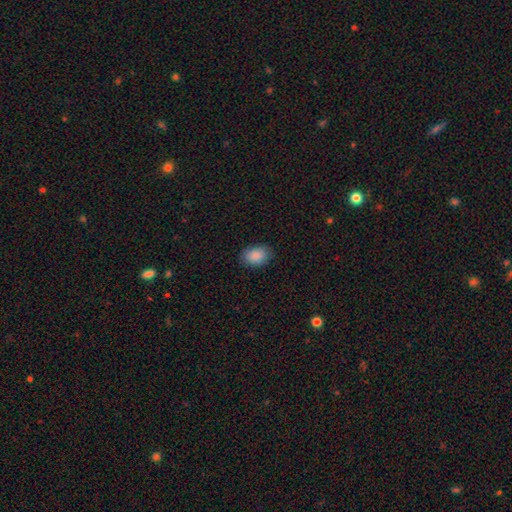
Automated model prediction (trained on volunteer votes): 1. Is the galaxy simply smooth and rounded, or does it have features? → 89% smooth, 7% star or artifact, 4% featured or disk.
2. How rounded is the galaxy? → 81% in between, 18% round, 1% cigar-shaped.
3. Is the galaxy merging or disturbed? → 86% none, 11% minor disturbance, 3% major disturbance, 1% merger.